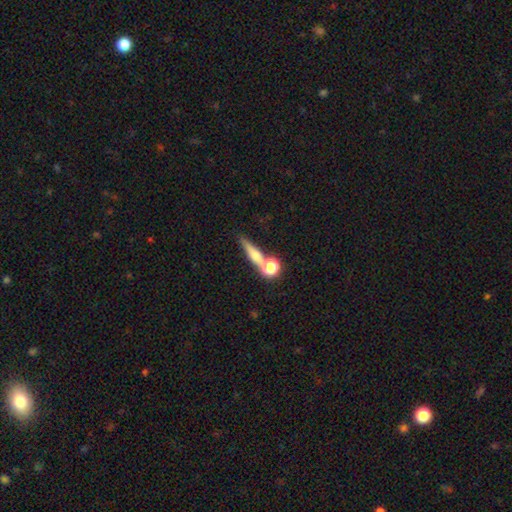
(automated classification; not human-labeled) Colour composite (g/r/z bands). It shows a smooth galaxy with no disk features (52%) that is cigar-shaped (51%). Merging: none (56%).